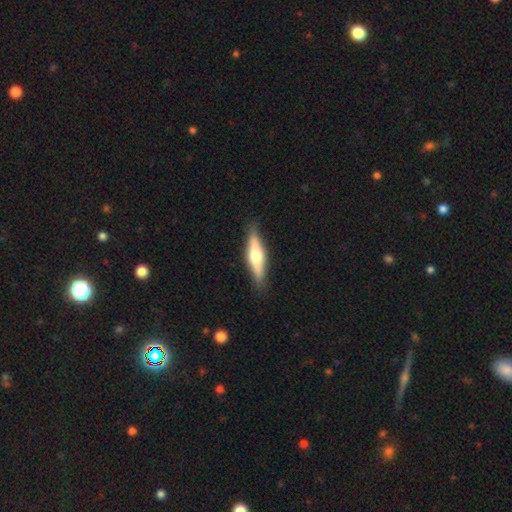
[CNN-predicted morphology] smooth_or_featured: featured or disk (p=0.51) [alt: smooth p=0.43]
disk_edge_on: yes (p=0.94) [alt: no p=0.06]
merging: none (p=0.88) [alt: minor disturbance p=0.09]